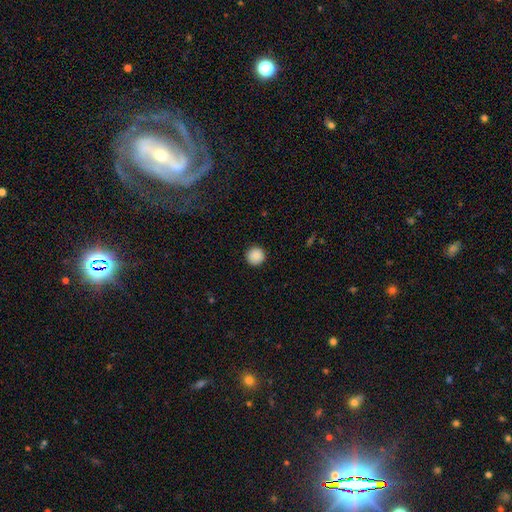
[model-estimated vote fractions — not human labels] smooth_or_featured: smooth (p=0.89) [alt: star or artifact p=0.09]
how_rounded: round (p=0.96) [alt: in between p=0.04]
merging: none (p=0.92) [alt: minor disturbance p=0.06]